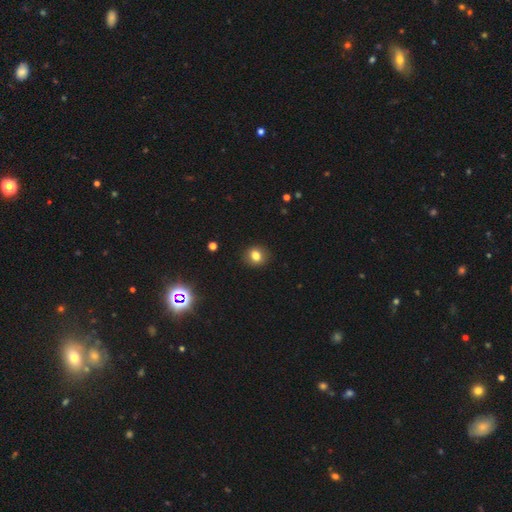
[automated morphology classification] smooth 80%, star or artifact 12%, featured or disk 8%. Down the decision tree: how rounded — round (74%); merging — none (90%).